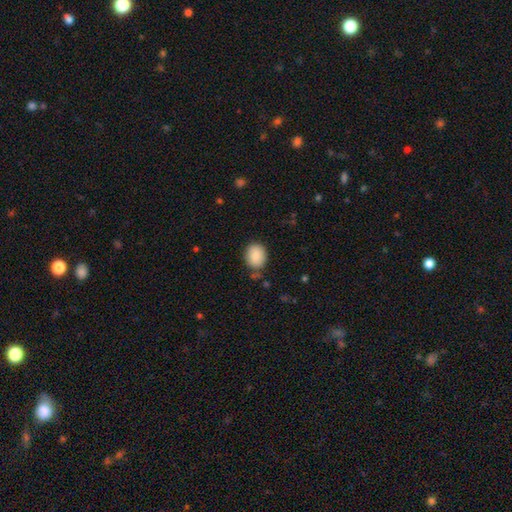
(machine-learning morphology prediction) Smooth or featured? smooth (87%)
How rounded? round (52%)
Merging? none (77%)